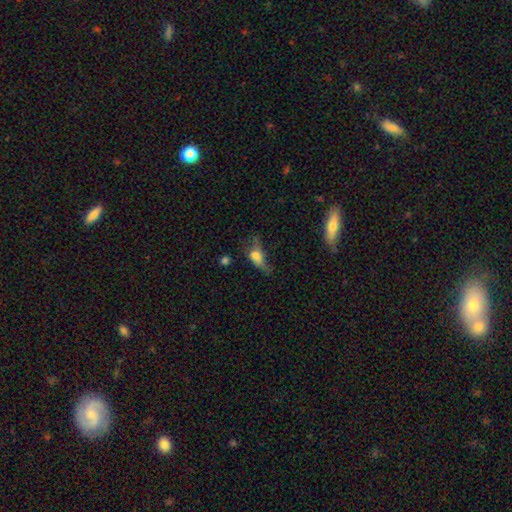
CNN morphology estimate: This appears to be a smooth galaxy with no disk features (57%) that is in between round and cigar-shaped (71%). Merging: major disturbance (42%).